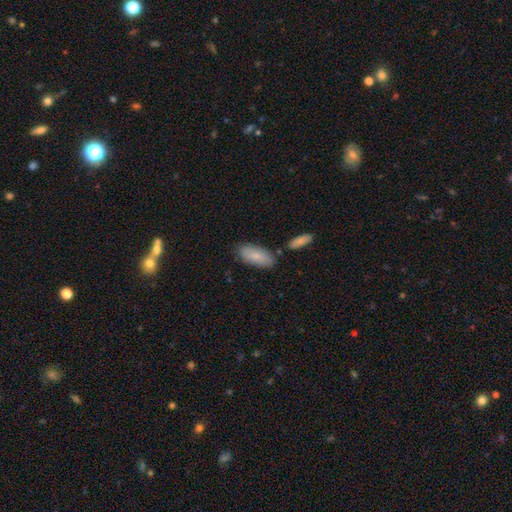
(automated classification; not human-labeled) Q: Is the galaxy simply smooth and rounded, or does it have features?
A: smooth — 83%.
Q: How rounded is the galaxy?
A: in between — 86%.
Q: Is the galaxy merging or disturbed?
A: none — 77%.